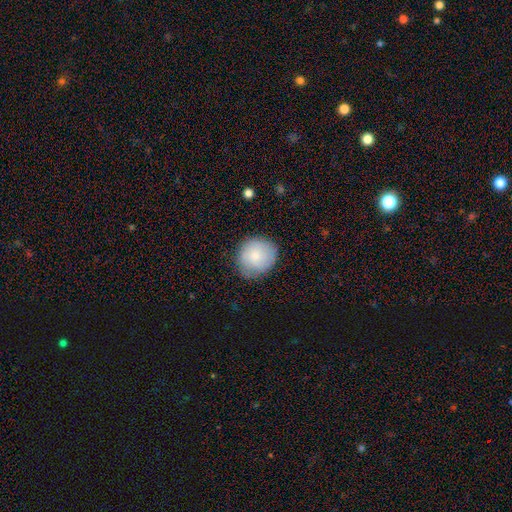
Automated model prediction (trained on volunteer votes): smooth-or-featured: smooth: 78% | featured or disk: 15% | star or artifact: 7%
  how-rounded: round: 82% | in between: 17% | cigar-shaped: 1%
  merging: none: 77% | minor disturbance: 18% | major disturbance: 4% | merger: 1%